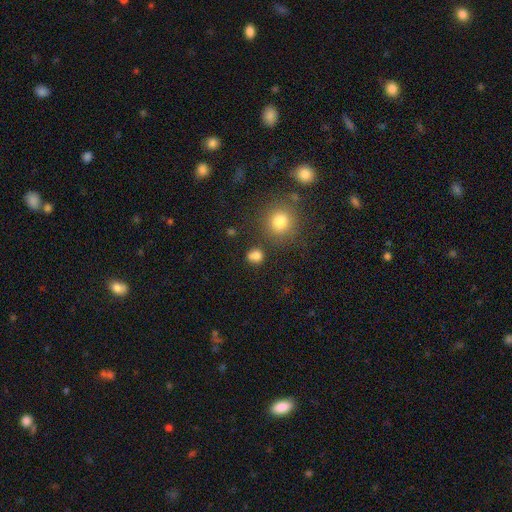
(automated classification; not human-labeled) Smooth or featured?
  - smooth: 80% *
  - star or artifact: 15%
  - featured or disk: 5%
How rounded?
  - round: 78% *
  - in between: 20%
  - cigar-shaped: 1%
Merging?
  - none: 72% *
  - minor disturbance: 13%
  - merger: 11%
  - major disturbance: 5%